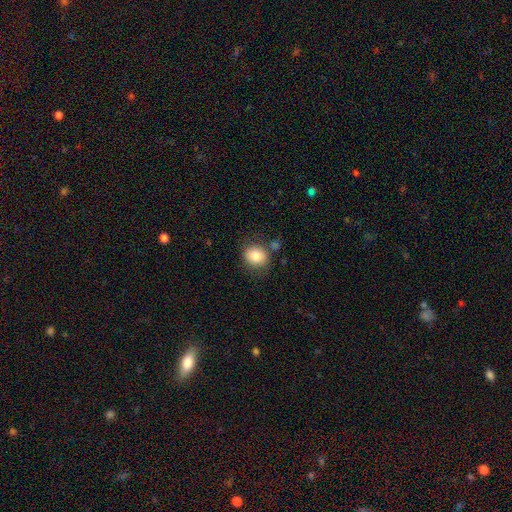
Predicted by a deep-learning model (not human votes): Smooth or featured? smooth (84%)
How rounded? round (74%)
Merging? none (74%)